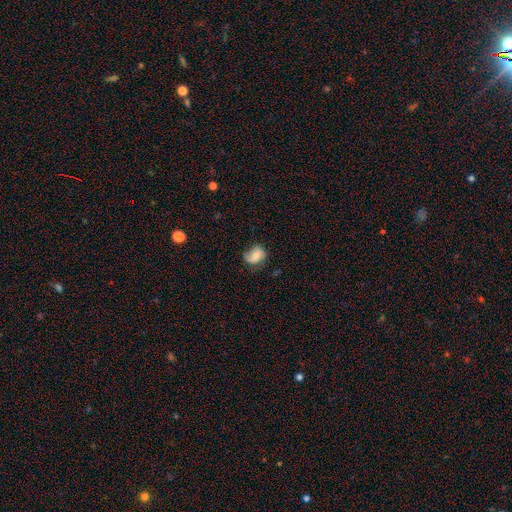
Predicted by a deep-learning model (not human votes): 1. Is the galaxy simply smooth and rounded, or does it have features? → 52% smooth, 39% featured or disk, 9% star or artifact.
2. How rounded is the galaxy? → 56% in between, 42% round, 1% cigar-shaped.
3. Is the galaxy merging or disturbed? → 55% none, 30% minor disturbance, 14% major disturbance, 2% merger.